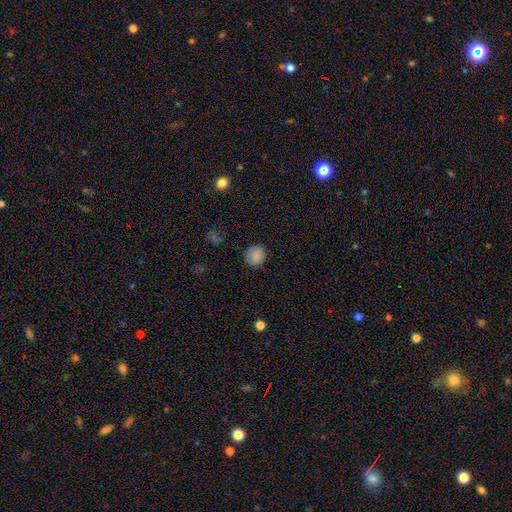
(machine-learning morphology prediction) Q: Smooth or featured?
A: smooth (86%); runner-up: star or artifact (9%)
Q: How rounded?
A: round (87%); runner-up: in between (12%)
Q: Merging?
A: none (88%); runner-up: minor disturbance (8%)